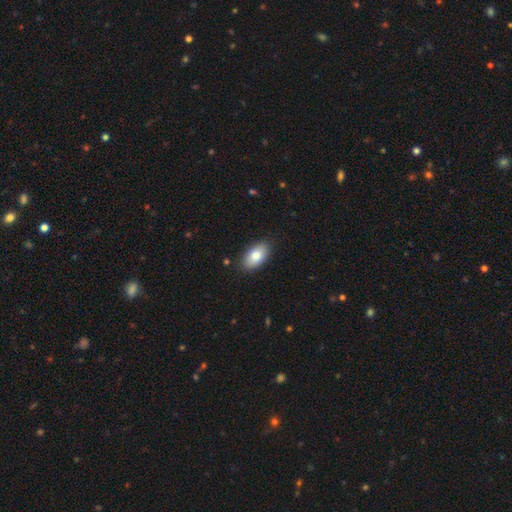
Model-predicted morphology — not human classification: Smooth or featured? Predicted: smooth (p=0.81). How rounded? Predicted: in between (p=0.93). Merging? Predicted: none (p=0.86).